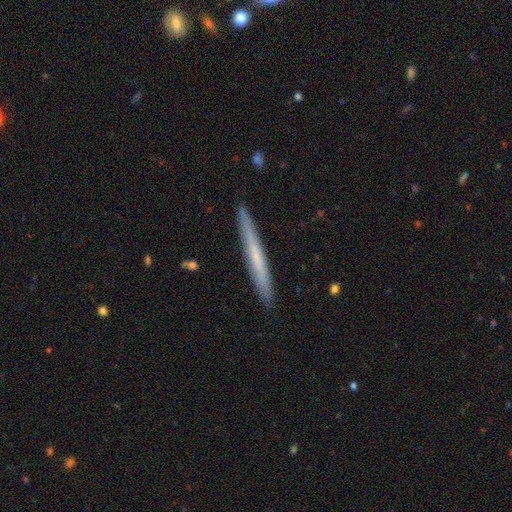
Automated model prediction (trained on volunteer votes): smooth-or-featured: smooth: 53% | featured or disk: 41% | star or artifact: 6%
  how-rounded: cigar-shaped: 97% | in between: 2% | round: 1%
  merging: none: 90% | minor disturbance: 7% | major disturbance: 1% | merger: 1%